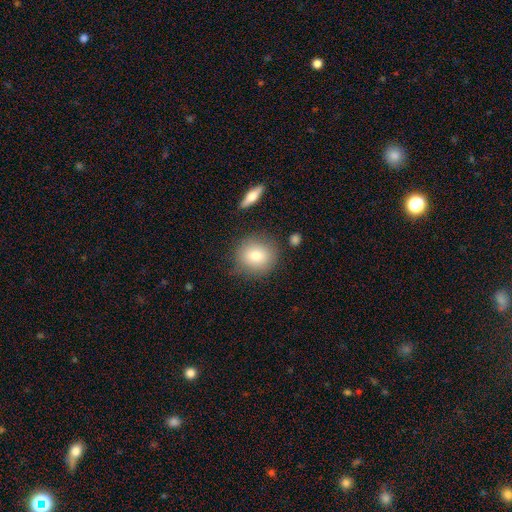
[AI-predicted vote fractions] Smooth or featured? Predicted: smooth (p=0.79). How rounded? Predicted: round (p=0.83). Merging? Predicted: none (p=0.79).